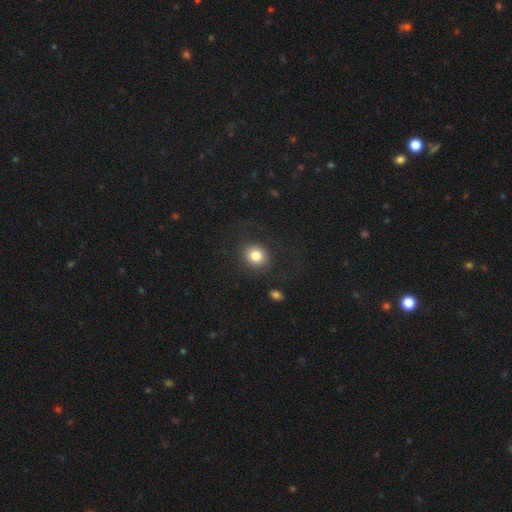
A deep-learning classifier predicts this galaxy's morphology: This appears to be a smooth galaxy with no disk features (83%) that is round (85%). Merging: none (86%).